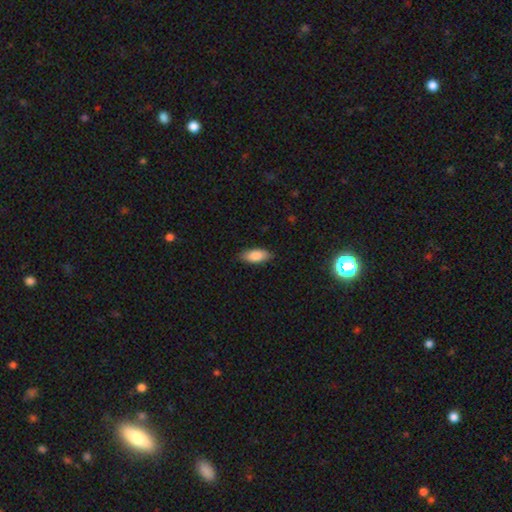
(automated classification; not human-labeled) smooth-or-featured: smooth: 87% | featured or disk: 7% | star or artifact: 6%
  how-rounded: in between: 85% | cigar-shaped: 13% | round: 2%
  merging: none: 85% | minor disturbance: 12% | major disturbance: 2% | merger: 1%